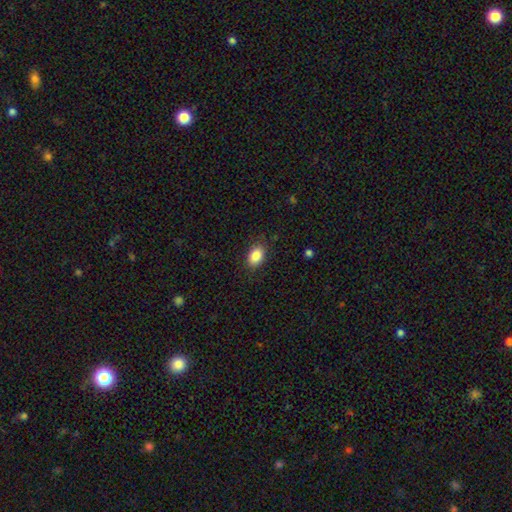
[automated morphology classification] type=smooth (87%); roundness=in between (85%); merging=none (86%).